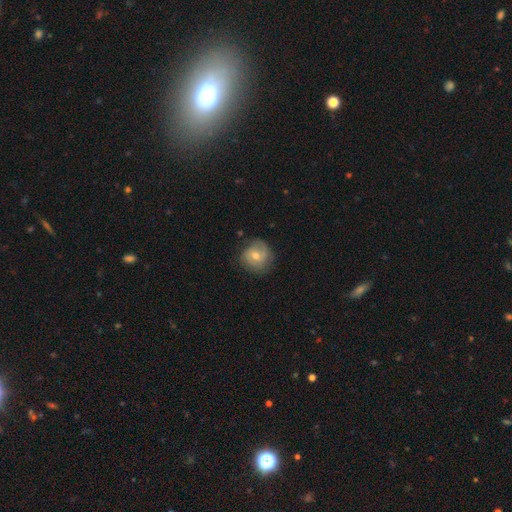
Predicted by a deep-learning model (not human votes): smooth-or-featured: smooth: 50% | featured or disk: 40% | star or artifact: 10%
  how-rounded: round: 87% | in between: 12% | cigar-shaped: 1%
  merging: none: 75% | minor disturbance: 19% | major disturbance: 5% | merger: 1%